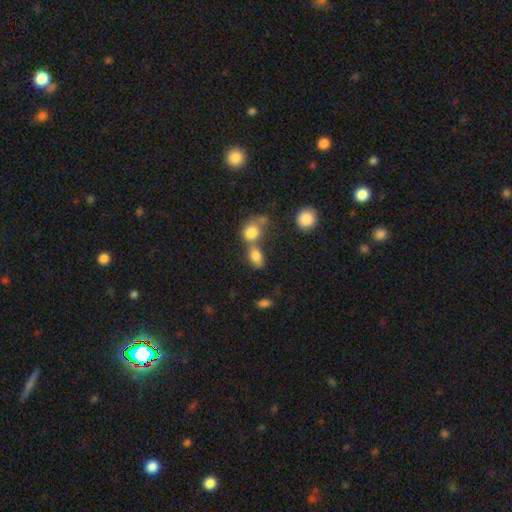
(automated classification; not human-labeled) smooth 79%, featured or disk 11%, star or artifact 10%. Down the decision tree: how rounded — in between (73%); merging — merger (54%).